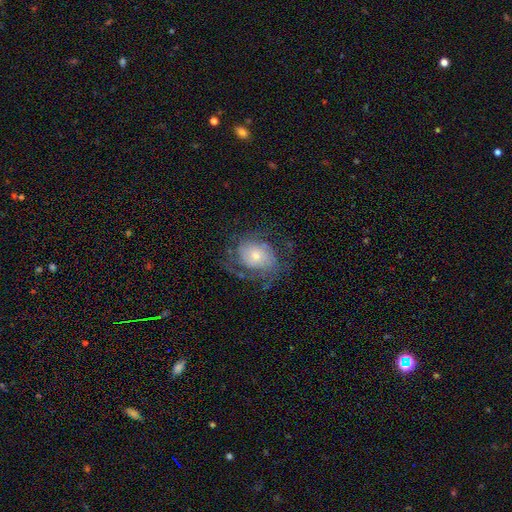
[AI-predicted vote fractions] Q: Smooth or featured?
A: featured or disk (65%); runner-up: smooth (27%)
Q: Edge-on disk?
A: no (97%); runner-up: yes (3%)
Q: Bar?
A: no (73%); runner-up: weak (23%)
Q: Spiral arms?
A: yes (81%); runner-up: no (19%)
Q: Spiral winding?
A: tight (41%); runner-up: medium (39%)
Q: Spiral arm count?
A: can't tell (42%); runner-up: 2 (26%)
Q: Bulge size?
A: small (45%); runner-up: moderate (43%)
Q: Merging?
A: none (54%); runner-up: major disturbance (23%)